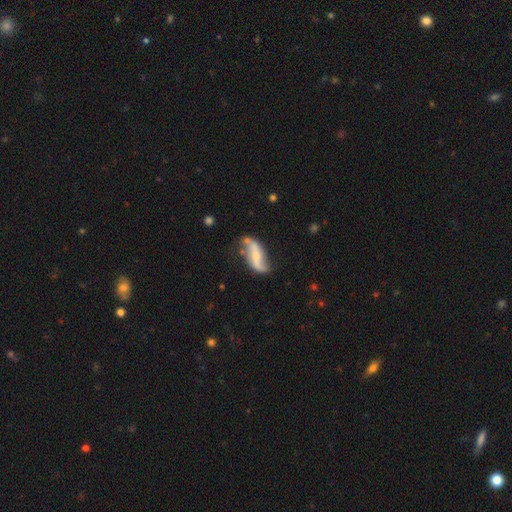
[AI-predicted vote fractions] smooth_or_featured: featured or disk (p=0.76) [alt: smooth p=0.19]
disk_edge_on: no (p=0.91) [alt: yes p=0.09]
bar: no (p=0.39) [alt: weak p=0.32]
has_spiral_arms: yes (p=0.91) [alt: no p=0.09]
spiral_winding: loose (p=0.85) [alt: medium p=0.11]
spiral_arm_count: 2 (p=0.91) [alt: can't tell p=0.03]
bulge_size: small (p=0.55) [alt: moderate p=0.30]
merging: none (p=0.62) [alt: minor disturbance p=0.23]